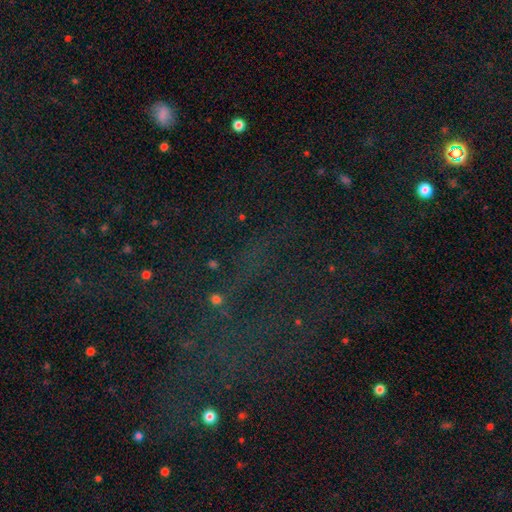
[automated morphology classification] Smooth or featured?
  - star or artifact: 71% *
  - smooth: 17%
  - featured or disk: 12%